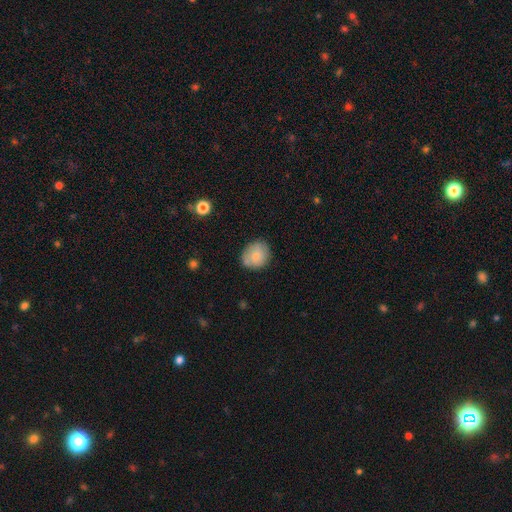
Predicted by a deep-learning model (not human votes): Q: Smooth or featured?
A: smooth (78%); runner-up: featured or disk (14%)
Q: How rounded?
A: round (73%); runner-up: in between (26%)
Q: Merging?
A: none (73%); runner-up: minor disturbance (20%)